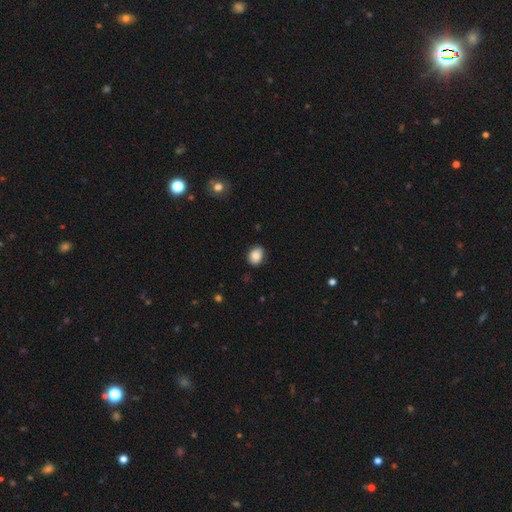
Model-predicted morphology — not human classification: This appears to be a smooth galaxy with no disk features (84%) that is in between round and cigar-shaped (60%). Merging: none (81%).